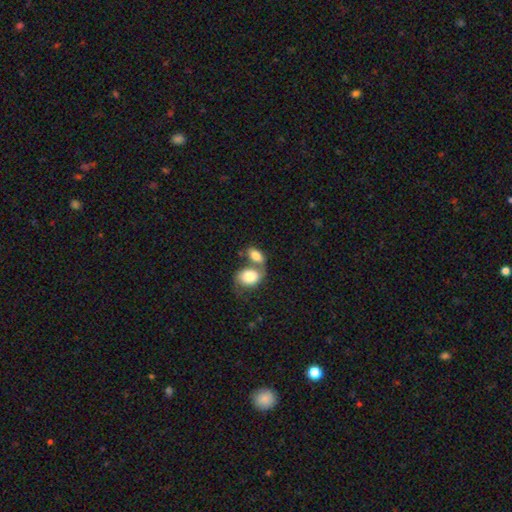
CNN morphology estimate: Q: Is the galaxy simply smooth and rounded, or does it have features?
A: smooth — 80%.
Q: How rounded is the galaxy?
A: in between — 85%.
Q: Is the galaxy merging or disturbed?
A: merger — 58%.